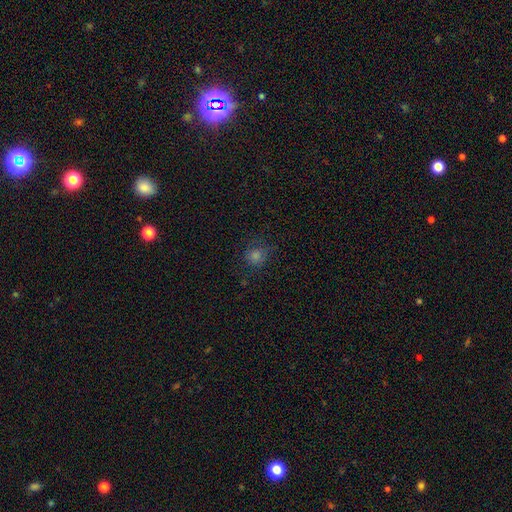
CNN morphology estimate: This is likely a smooth galaxy (66%). How rounded: clearly round (88%). Merging: likely none (79%).